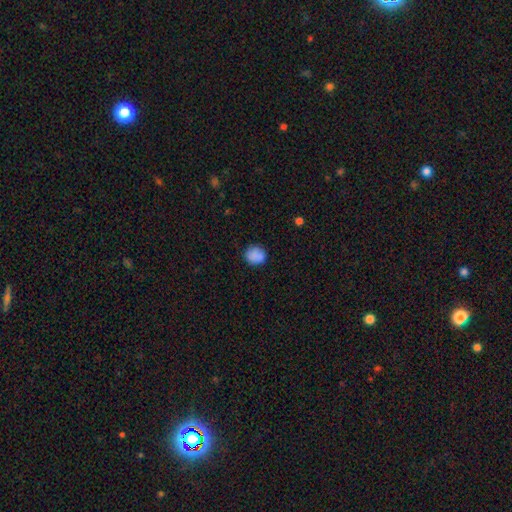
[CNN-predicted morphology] This is clearly a smooth galaxy (84%). How rounded: clearly round (81%). Merging: likely none (77%).